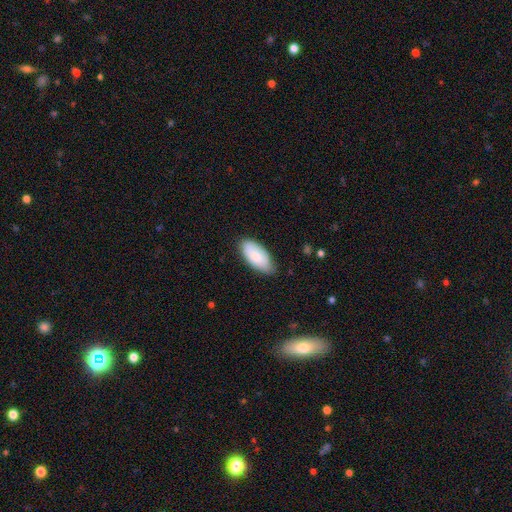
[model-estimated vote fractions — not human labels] Morphology: type=smooth (84%); roundness=in between (92%); merging=none (76%).